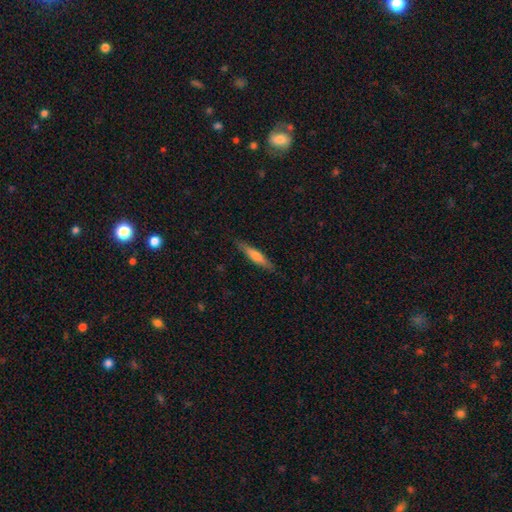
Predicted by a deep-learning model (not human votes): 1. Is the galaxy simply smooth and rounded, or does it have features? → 58% smooth, 36% featured or disk, 6% star or artifact.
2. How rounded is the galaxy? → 88% cigar-shaped, 11% in between, 1% round.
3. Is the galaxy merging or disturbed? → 87% none, 10% minor disturbance, 2% major disturbance, 1% merger.